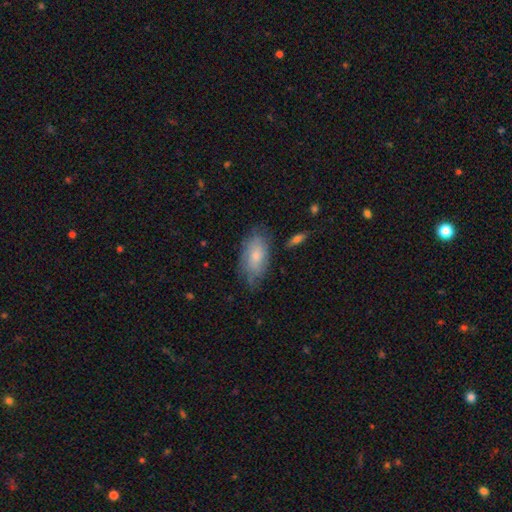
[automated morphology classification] This appears to be a smooth galaxy with no disk features (67%) that is in between round and cigar-shaped (92%). Merging: none (64%).